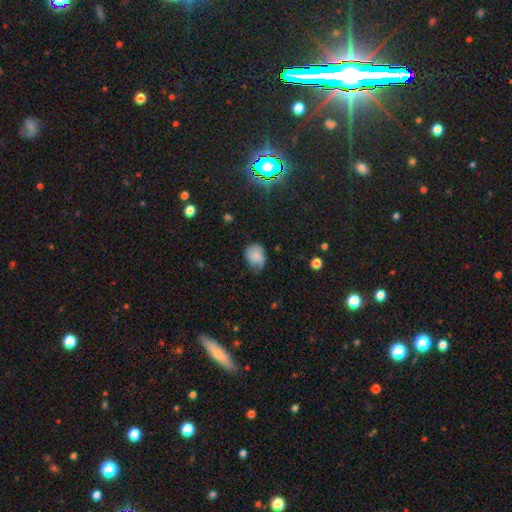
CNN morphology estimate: smooth 70%, featured or disk 20%, star or artifact 10%. Down the decision tree: how rounded — in between (57%); merging — none (44%).